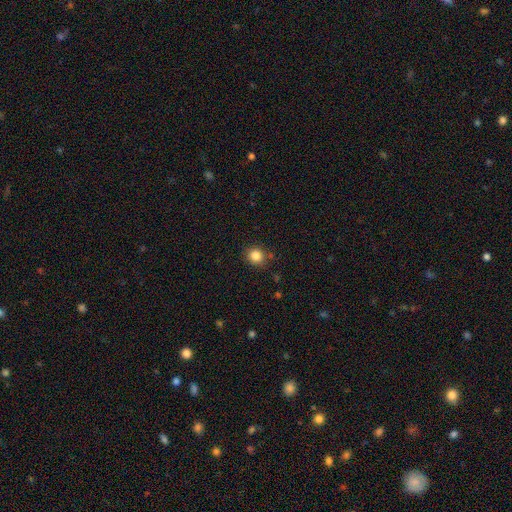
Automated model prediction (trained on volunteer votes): smooth-or-featured: smooth: 84% | star or artifact: 11% | featured or disk: 5%
  how-rounded: round: 85% | in between: 14% | cigar-shaped: 1%
  merging: none: 86% | minor disturbance: 10% | major disturbance: 3% | merger: 2%